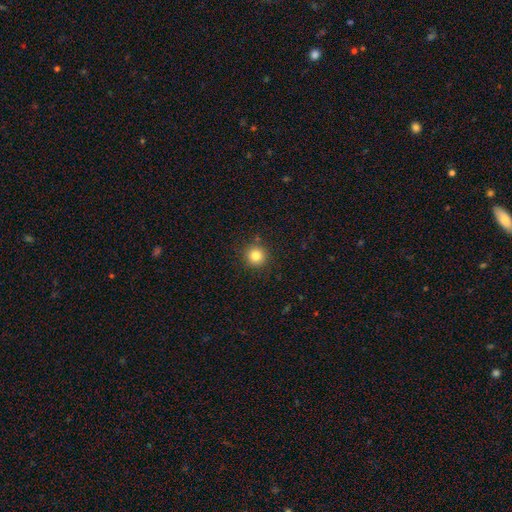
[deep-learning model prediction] Overall: smooth (82%). How rounded: round (94%). Merging: none (89%).